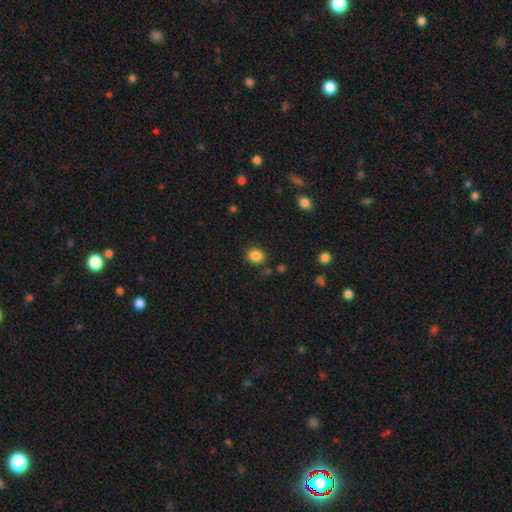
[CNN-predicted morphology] A smooth galaxy with no disk features (85%) that is round (65%). Merging: none (81%).